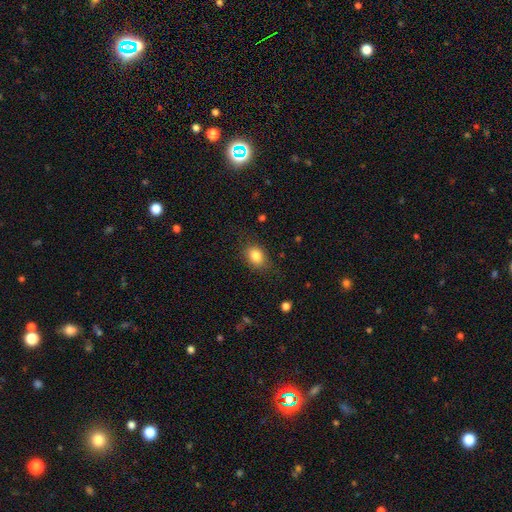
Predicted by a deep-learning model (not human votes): Smooth or featured?
  - smooth: 83% *
  - star or artifact: 9%
  - featured or disk: 7%
How rounded?
  - in between: 66% *
  - round: 33%
  - cigar-shaped: 1%
Merging?
  - none: 78% *
  - minor disturbance: 16%
  - major disturbance: 5%
  - merger: 1%